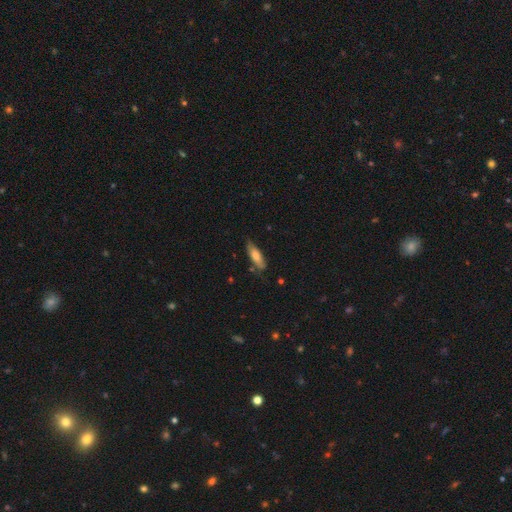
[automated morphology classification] A smooth galaxy with no disk features (69%) that is cigar-shaped (53%).

Vote fractions:
- Smooth or featured? smooth: 69% / featured or disk: 25% / star or artifact: 6%
- How rounded? cigar-shaped: 53% / in between: 45% / round: 2%
- Merging? none: 72% / minor disturbance: 22% / major disturbance: 4% / merger: 3%